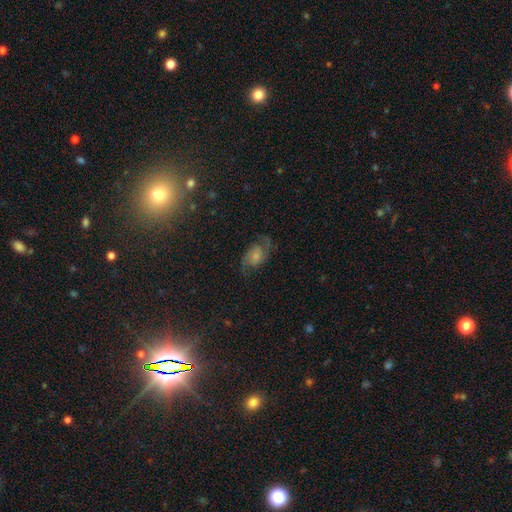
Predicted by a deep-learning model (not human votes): Smooth or featured? featured or disk (63%)
Edge-on disk? no (96%)
Bar? no (67%)
Spiral arms? yes (92%)
Spiral winding? medium (43%, tied with loose)
Spiral arm count? 2 (89%)
Bulge size? small (46%)
Merging? none (65%)